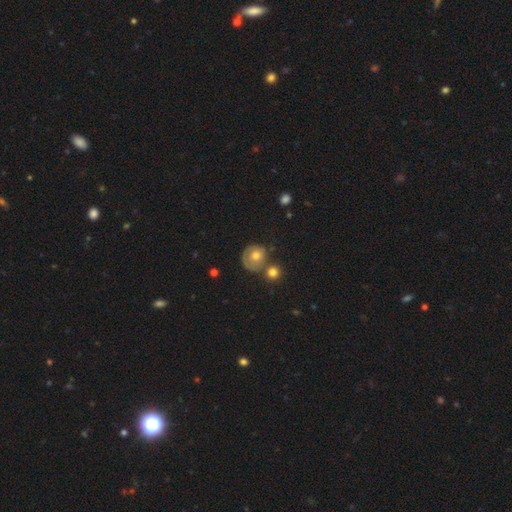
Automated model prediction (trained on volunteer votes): Smooth or featured? Predicted: smooth (p=0.53). How rounded? Predicted: round (p=0.82). Merging? Predicted: none (p=0.53).